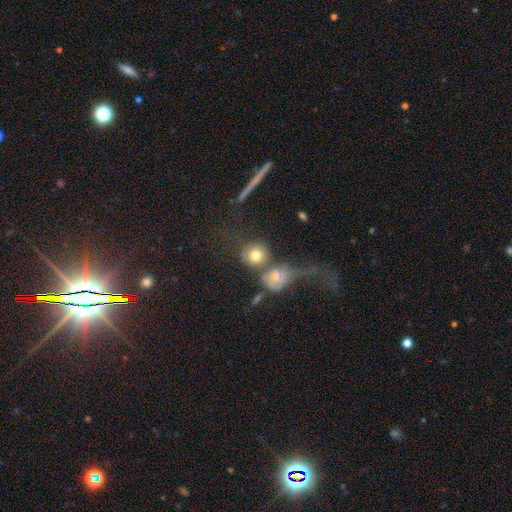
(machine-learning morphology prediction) The model was most divided on "merging": none: 43%, merger: 35%, major disturbance: 12%, minor disturbance: 10%. More confident: how rounded — round (87%); smooth or featured — smooth (75%).